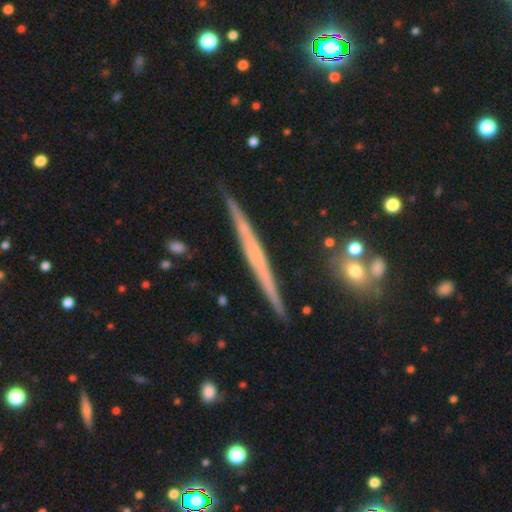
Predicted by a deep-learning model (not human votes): The model was most divided on "smooth or featured": featured or disk: 67%, smooth: 26%, star or artifact: 7%. More confident: edge-on disk — yes (97%); merging — none (89%); edge-on bulge — none (78%).